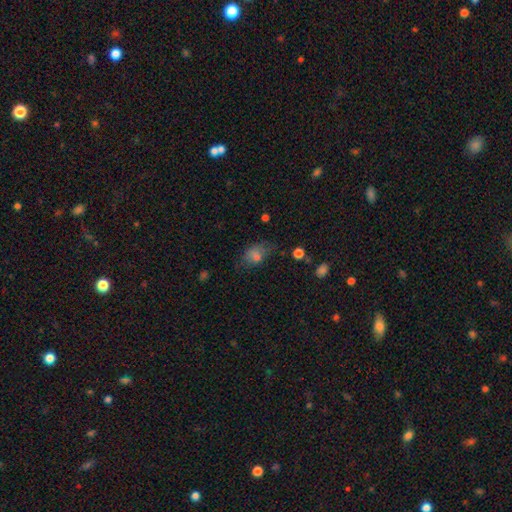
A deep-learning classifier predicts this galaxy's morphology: type=smooth (67%); roundness=in between (72%); merging=none (51%).